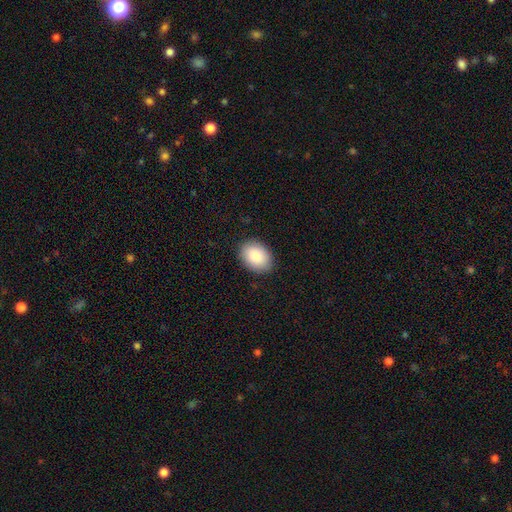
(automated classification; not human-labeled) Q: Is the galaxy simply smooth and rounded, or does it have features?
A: smooth — 86%.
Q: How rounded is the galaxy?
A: in between — 76%.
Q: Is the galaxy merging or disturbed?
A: none — 88%.